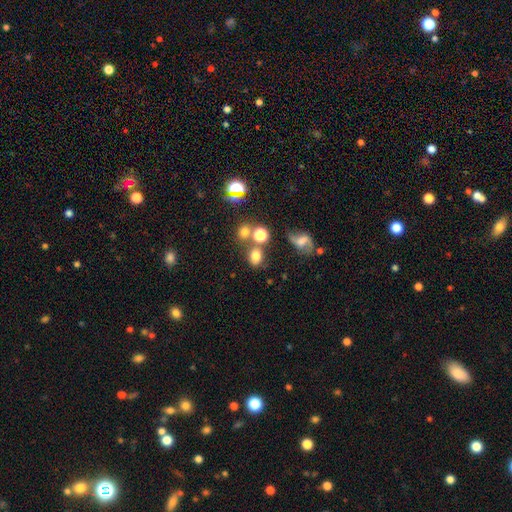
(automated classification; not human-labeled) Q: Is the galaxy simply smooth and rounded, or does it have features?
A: smooth — 71%.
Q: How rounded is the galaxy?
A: round — 53%.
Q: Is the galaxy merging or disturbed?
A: none — 60%.